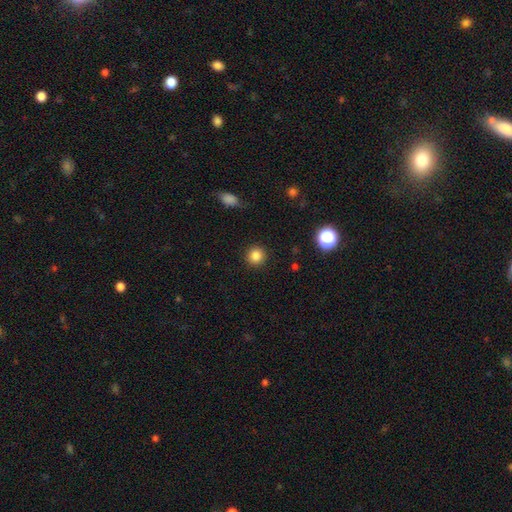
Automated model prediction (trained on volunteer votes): Smooth or featured? Predicted: smooth (p=0.85). How rounded? Predicted: round (p=0.93). Merging? Predicted: none (p=0.91).